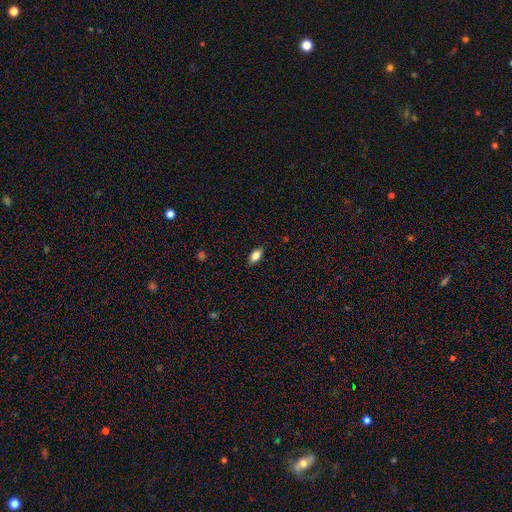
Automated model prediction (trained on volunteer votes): Morphology: type=smooth (82%); roundness=in between (88%); merging=none (86%).